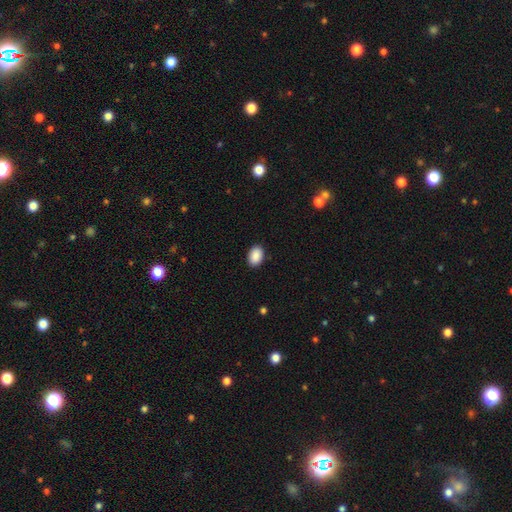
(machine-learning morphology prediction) This appears to be a smooth galaxy with no disk features (90%) that is in between round and cigar-shaped (85%). Merging: none (89%).